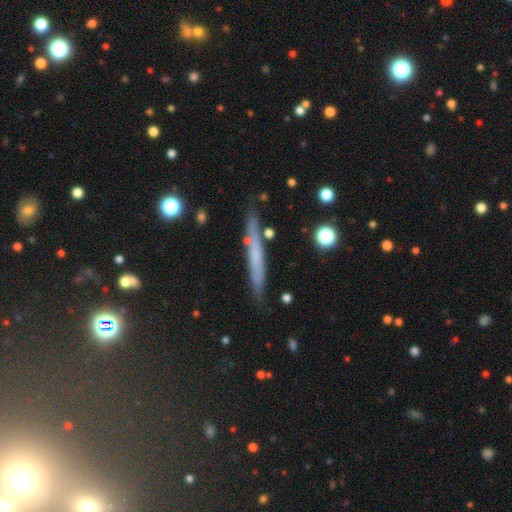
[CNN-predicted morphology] smooth_or_featured: smooth (p=0.48) [alt: featured or disk p=0.42]
merging: none (p=0.82) [alt: minor disturbance p=0.13]